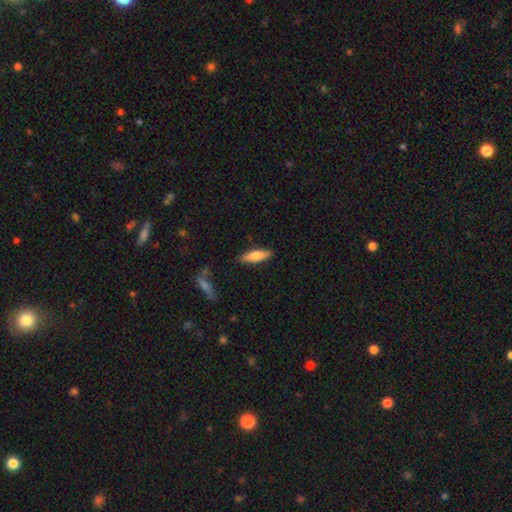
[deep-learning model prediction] This is likely a smooth galaxy (72%). How rounded: possibly cigar-shaped (58%). Merging: clearly none (86%).